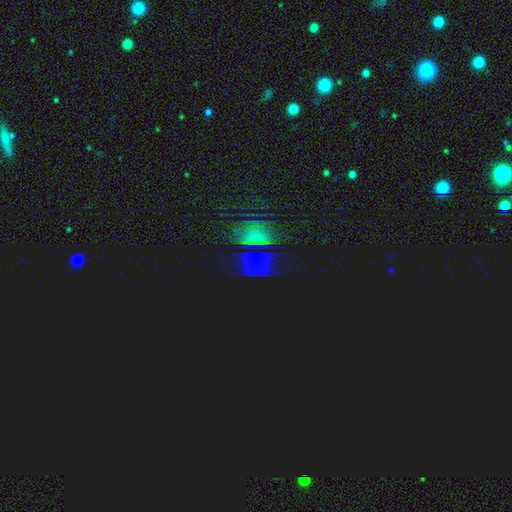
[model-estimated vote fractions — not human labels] star or artifact 65%, smooth 22%, featured or disk 13%.